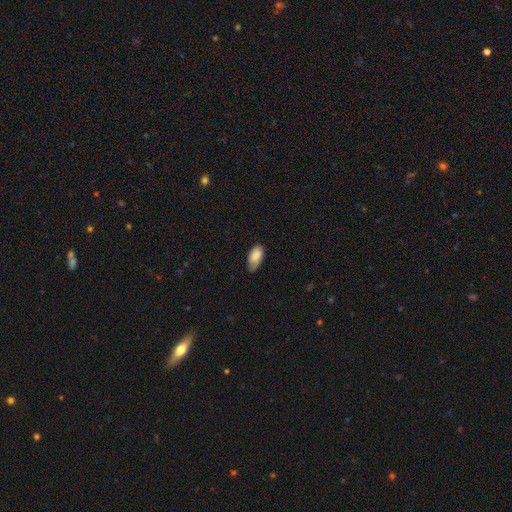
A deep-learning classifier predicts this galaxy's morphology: Overall: smooth (83%). How rounded: in between (94%). Merging: none (58%; minor disturbance 34%).